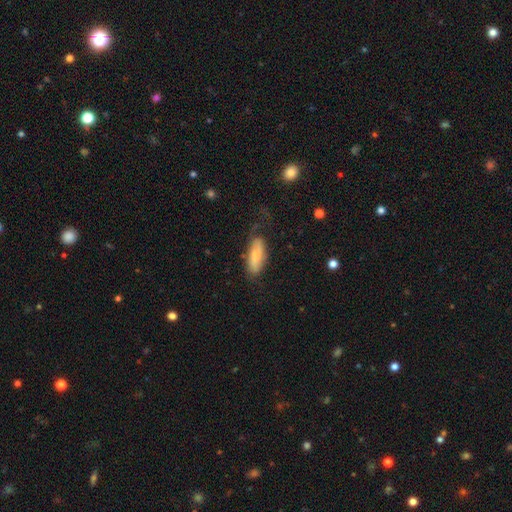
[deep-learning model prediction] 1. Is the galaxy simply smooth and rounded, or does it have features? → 73% smooth, 21% featured or disk, 6% star or artifact.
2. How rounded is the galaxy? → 67% in between, 31% cigar-shaped, 2% round.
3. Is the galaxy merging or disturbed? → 57% none, 26% minor disturbance, 14% major disturbance, 2% merger.